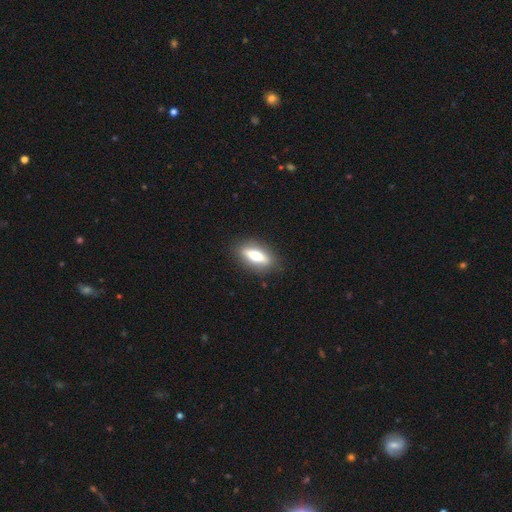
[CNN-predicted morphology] type=smooth (56%); roundness=in between (59%); merging=none (87%).